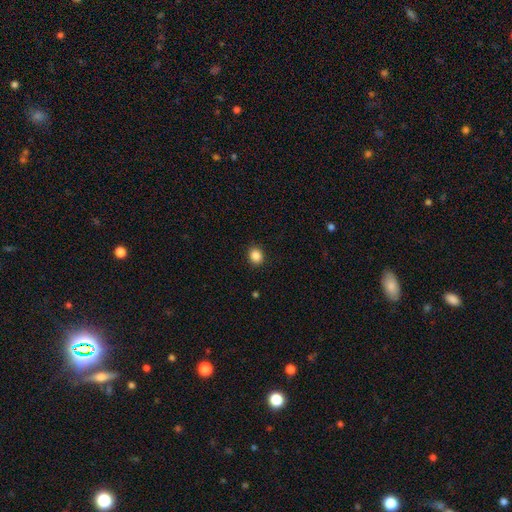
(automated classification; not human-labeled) Q: Smooth or featured?
A: smooth (87%); runner-up: star or artifact (10%)
Q: How rounded?
A: round (71%); runner-up: in between (28%)
Q: Merging?
A: none (91%); runner-up: minor disturbance (6%)